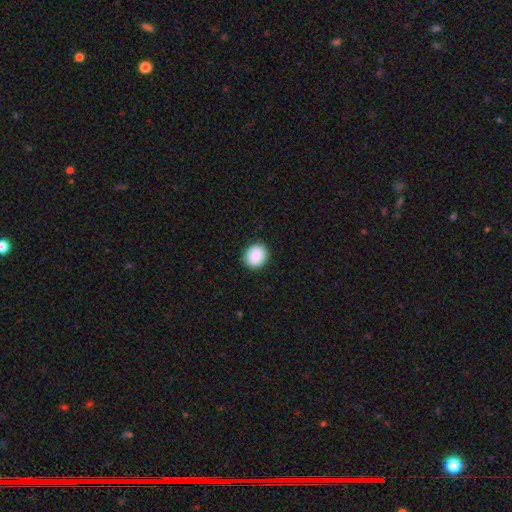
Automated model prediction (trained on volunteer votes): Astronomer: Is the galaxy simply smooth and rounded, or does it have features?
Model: smooth — 90%.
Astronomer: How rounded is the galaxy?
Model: round — 76%.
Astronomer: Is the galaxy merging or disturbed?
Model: none — 91%.